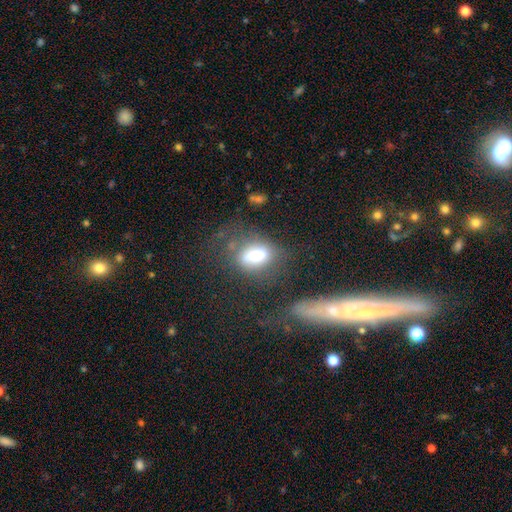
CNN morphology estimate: This appears to be a smooth galaxy with no disk features (56%) that is in between round and cigar-shaped (73%). Merging: none (45%).